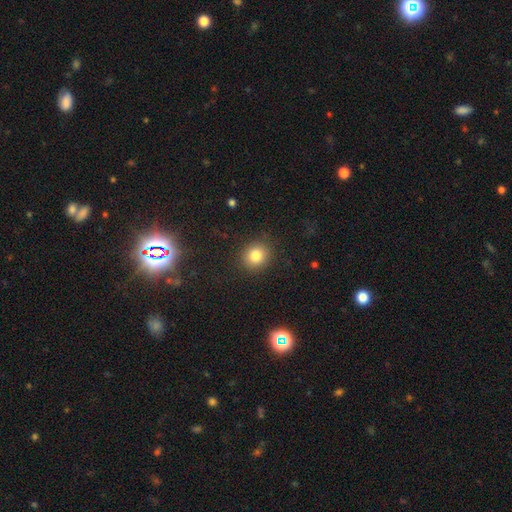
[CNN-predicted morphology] Overall: smooth (81%). How rounded: round (81%). Merging: none (89%).